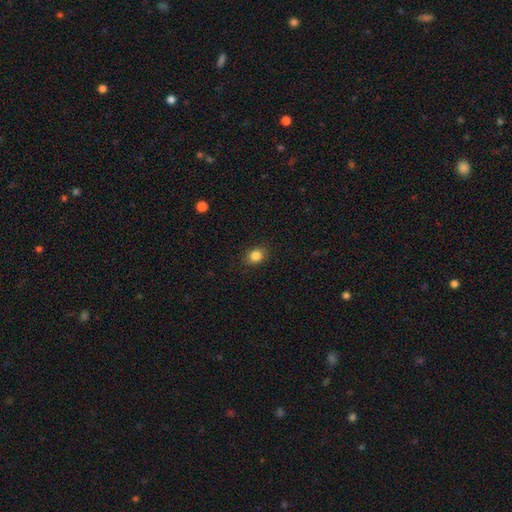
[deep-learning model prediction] This is clearly a smooth galaxy (84%). How rounded: possibly round (56%). Merging: clearly none (88%).